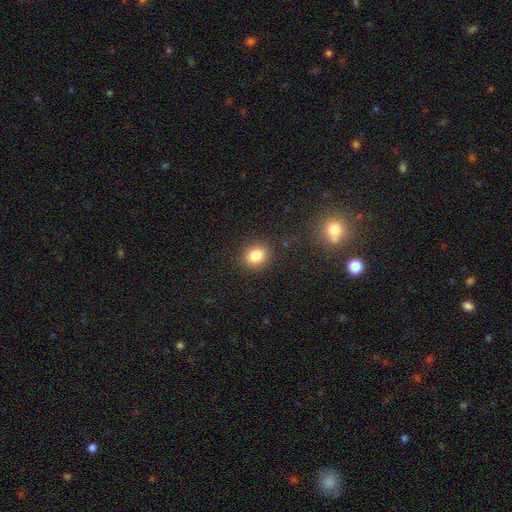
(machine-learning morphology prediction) Smooth or featured? smooth (81%)
How rounded? round (73%)
Merging? none (89%)